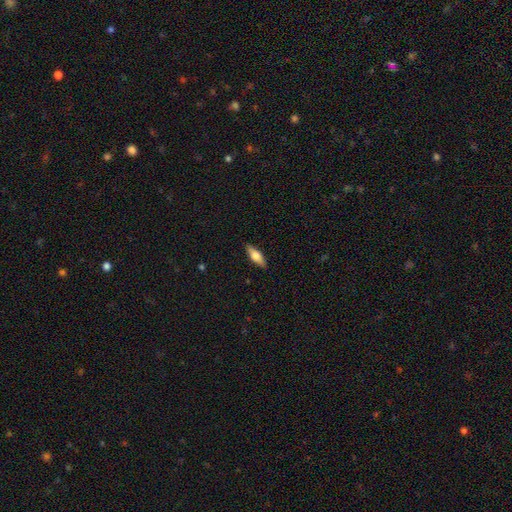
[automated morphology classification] A smooth galaxy with no disk features (60%) that is in between round and cigar-shaped (56%). Merging: none (89%).